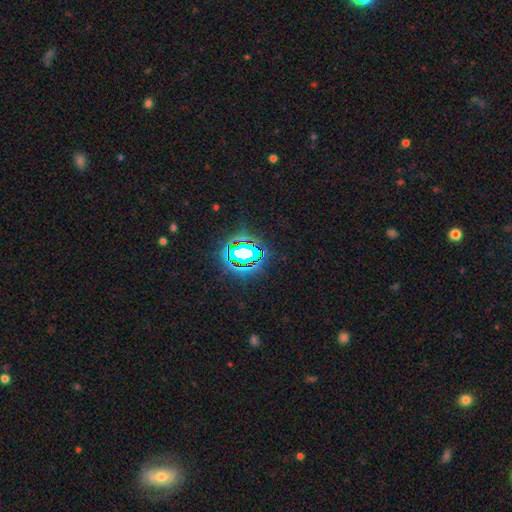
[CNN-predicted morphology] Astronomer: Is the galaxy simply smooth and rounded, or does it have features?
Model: star or artifact — 82%.